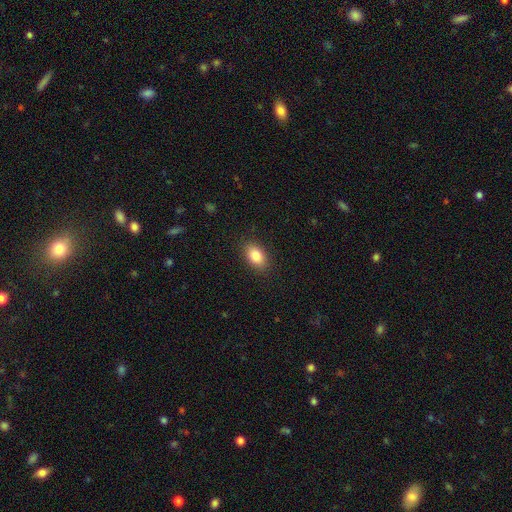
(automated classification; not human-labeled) Morphology: type=smooth (84%); roundness=in between (86%); merging=none (88%).